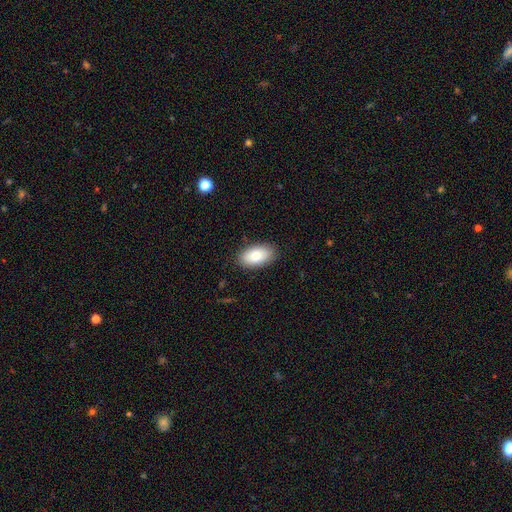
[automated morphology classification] The model was most divided on "smooth or featured": smooth: 78%, featured or disk: 15%, star or artifact: 7%. More confident: how rounded — in between (94%); merging — none (87%).